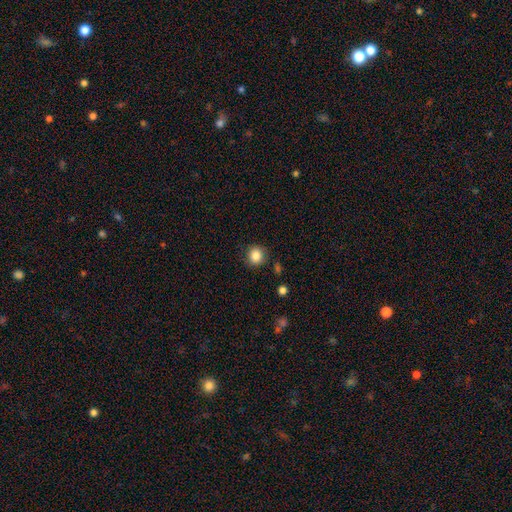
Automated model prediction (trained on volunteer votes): The model was most divided on "how rounded": round: 86%, in between: 13%, cigar-shaped: 1%. More confident: merging — none (86%); smooth or featured — smooth (85%).